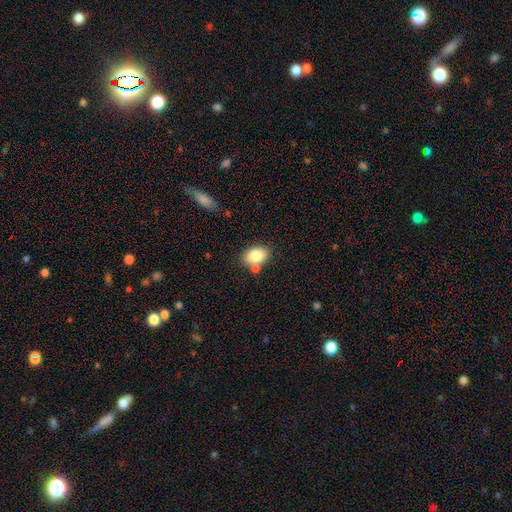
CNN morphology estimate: type=smooth (82%); roundness=in between (80%); merging=none (63%).